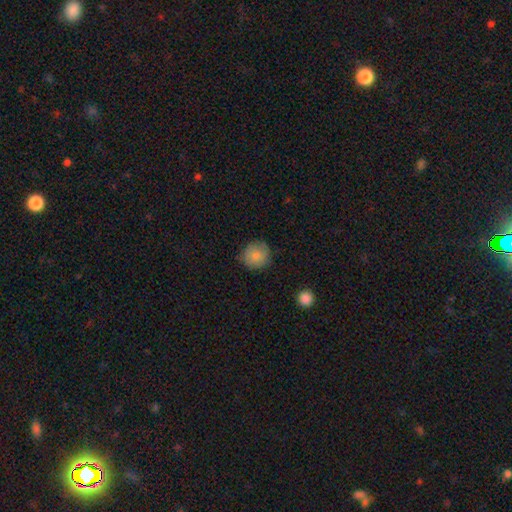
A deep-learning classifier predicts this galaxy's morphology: Smooth or featured?
  - smooth: 83% *
  - featured or disk: 9%
  - star or artifact: 7%
How rounded?
  - round: 91% *
  - in between: 8%
  - cigar-shaped: 1%
Merging?
  - none: 83% *
  - minor disturbance: 13%
  - major disturbance: 3%
  - merger: 1%